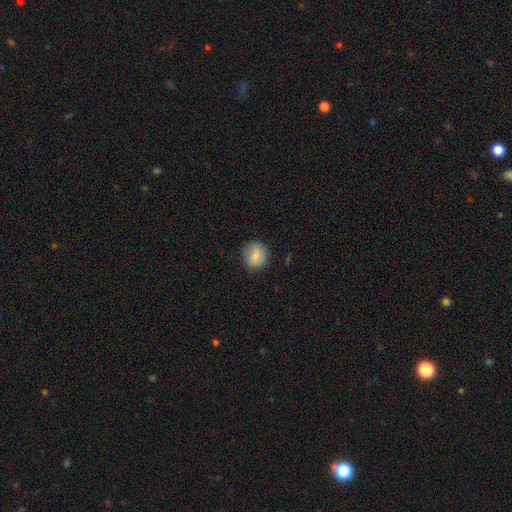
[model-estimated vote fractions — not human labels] Morphology: type=smooth (83%); roundness=round (87%); merging=none (86%).